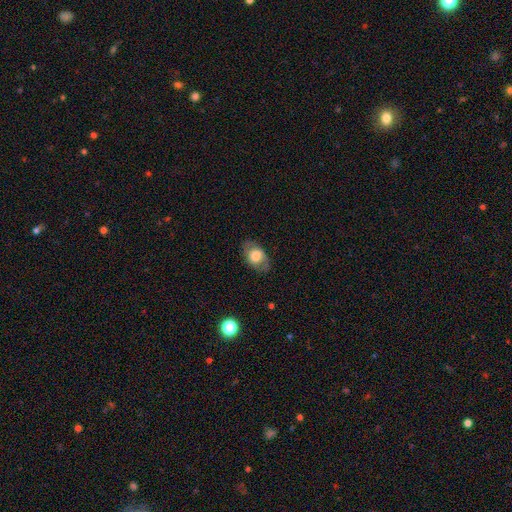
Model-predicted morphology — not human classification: Smooth or featured? smooth (60%)
How rounded? in between (83%)
Merging? none (78%)